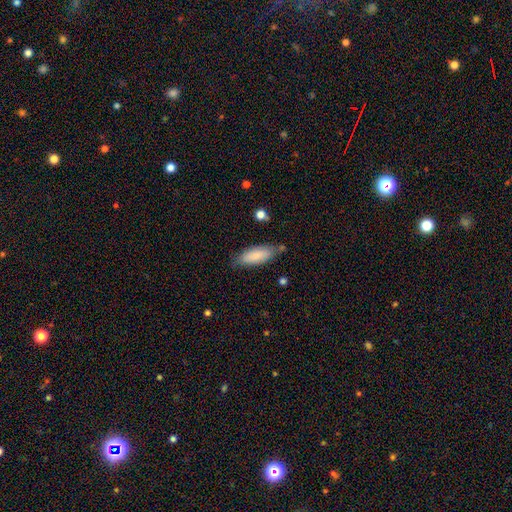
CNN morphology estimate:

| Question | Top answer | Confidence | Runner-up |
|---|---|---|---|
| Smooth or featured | smooth | 84% | featured or disk (10%) |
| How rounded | in between | 70% | cigar-shaped (28%) |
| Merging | none | 73% | minor disturbance (20%) |